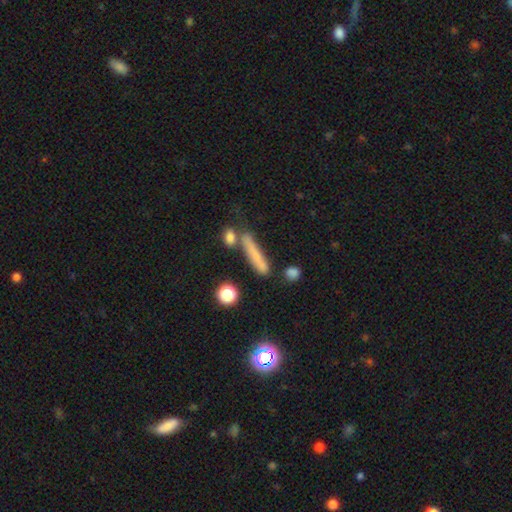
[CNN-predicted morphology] smooth 68%, featured or disk 20%, star or artifact 12%. Down the decision tree: how rounded — cigar-shaped (86%); merging — none (62%).